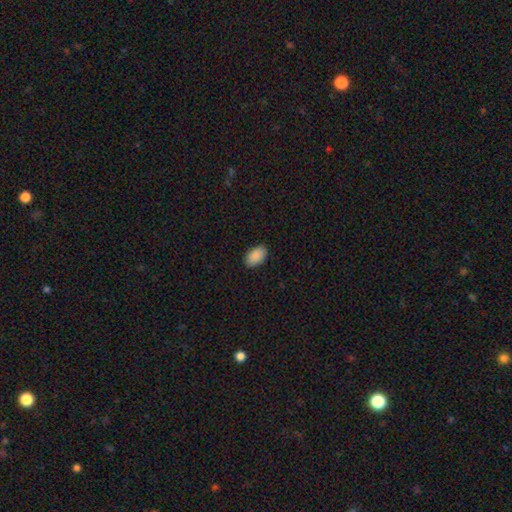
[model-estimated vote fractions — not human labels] This is clearly a smooth galaxy (90%). How rounded: clearly in between (93%). Merging: clearly none (89%).